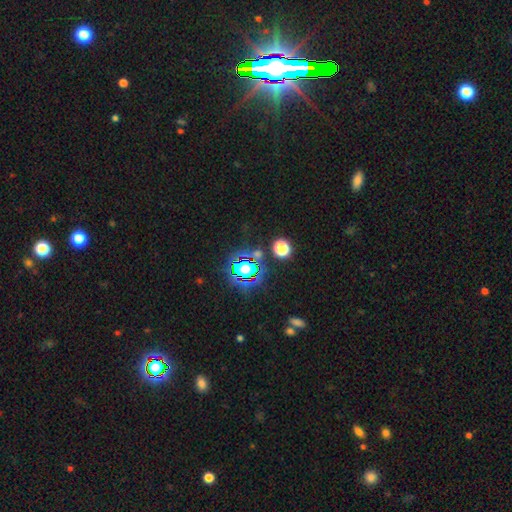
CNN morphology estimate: A star or artifact, not a galaxy (75%).

Vote fractions:
- Smooth or featured? star or artifact: 75% / smooth: 18% / featured or disk: 8%